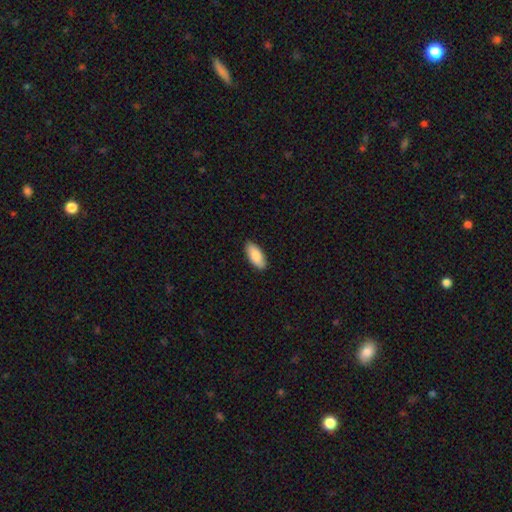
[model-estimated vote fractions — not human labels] Q: Smooth or featured?
A: smooth (86%); runner-up: featured or disk (8%)
Q: How rounded?
A: in between (89%); runner-up: cigar-shaped (9%)
Q: Merging?
A: none (89%); runner-up: minor disturbance (9%)